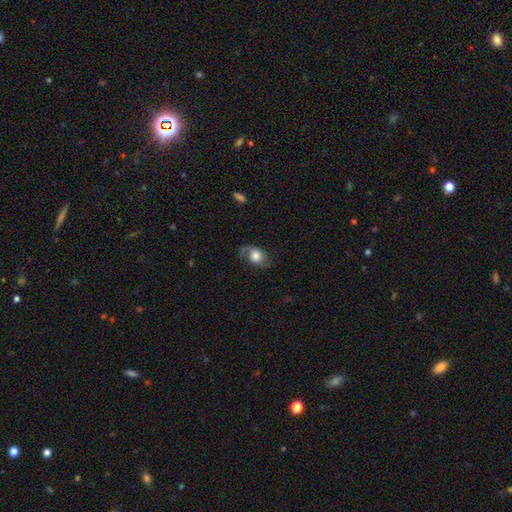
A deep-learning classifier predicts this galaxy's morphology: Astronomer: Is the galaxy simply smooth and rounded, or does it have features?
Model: smooth — 54% (runner-up: featured or disk, 37%).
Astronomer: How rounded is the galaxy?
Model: in between — 60% (runner-up: round, 39%).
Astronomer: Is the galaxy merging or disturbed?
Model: none — 53%.